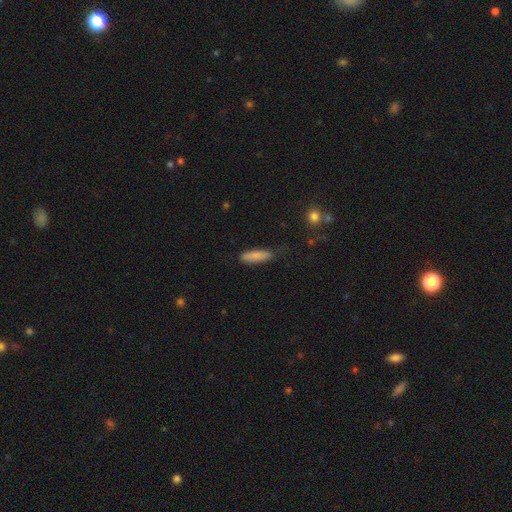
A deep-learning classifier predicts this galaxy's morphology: Smooth or featured: smooth — 86% (featured or disk — 8%)
How rounded: cigar-shaped — 63% (in between — 36%)
Merging: none — 79% (minor disturbance — 16%)